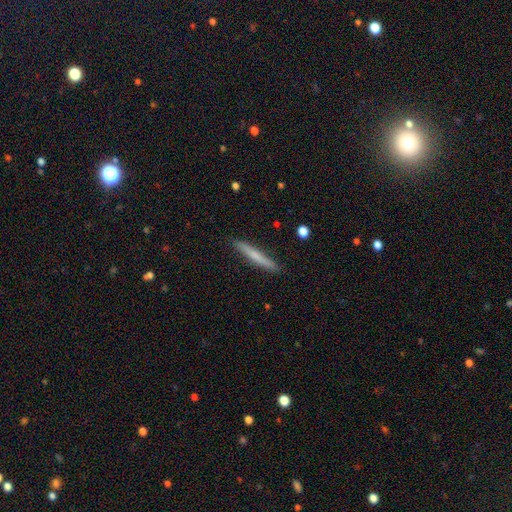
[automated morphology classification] This is likely a smooth galaxy (64%). How rounded: clearly cigar-shaped (95%). Merging: clearly none (90%).